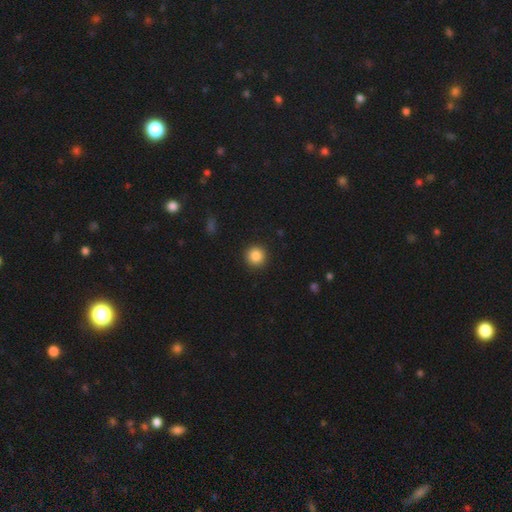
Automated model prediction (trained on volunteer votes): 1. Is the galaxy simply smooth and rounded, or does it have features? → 86% smooth, 10% star or artifact, 4% featured or disk.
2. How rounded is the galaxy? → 95% round, 4% in between, 1% cigar-shaped.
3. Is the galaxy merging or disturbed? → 92% none, 5% minor disturbance, 2% major disturbance, 1% merger.